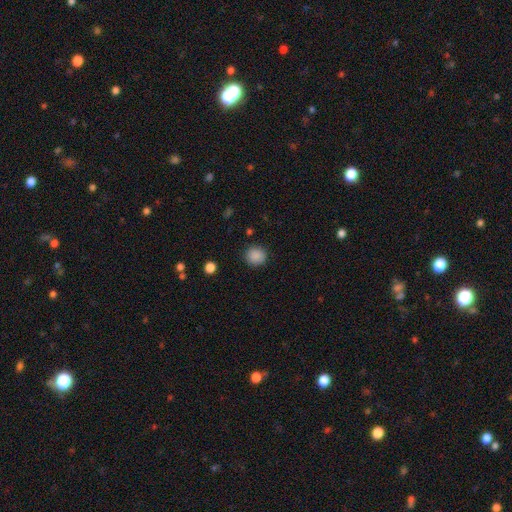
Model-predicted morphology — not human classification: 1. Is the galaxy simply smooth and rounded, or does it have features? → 87% smooth, 10% star or artifact, 3% featured or disk.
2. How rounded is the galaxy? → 90% round, 9% in between, 1% cigar-shaped.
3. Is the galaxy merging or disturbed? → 89% none, 7% minor disturbance, 2% major disturbance, 1% merger.